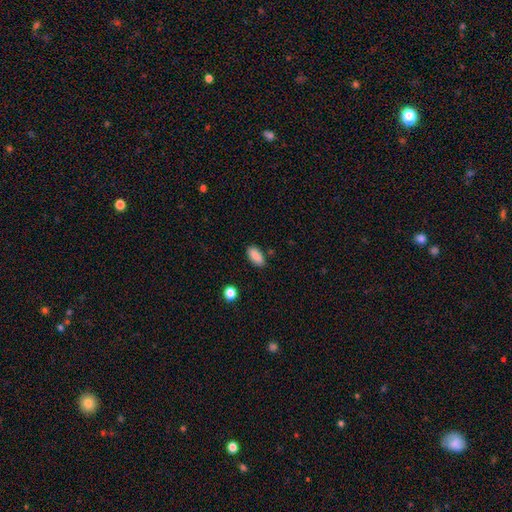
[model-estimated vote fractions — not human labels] Smooth or featured? Predicted: smooth (p=0.89). How rounded? Predicted: in between (p=0.89). Merging? Predicted: none (p=0.83).